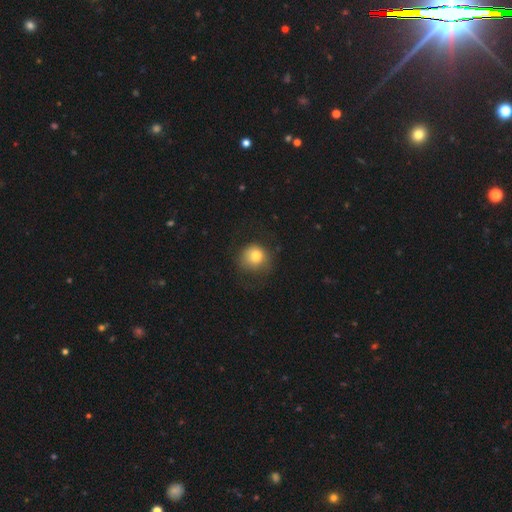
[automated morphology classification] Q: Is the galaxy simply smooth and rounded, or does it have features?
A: smooth — 78%.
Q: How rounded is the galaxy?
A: round — 86%.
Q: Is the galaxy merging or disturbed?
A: none — 59%.